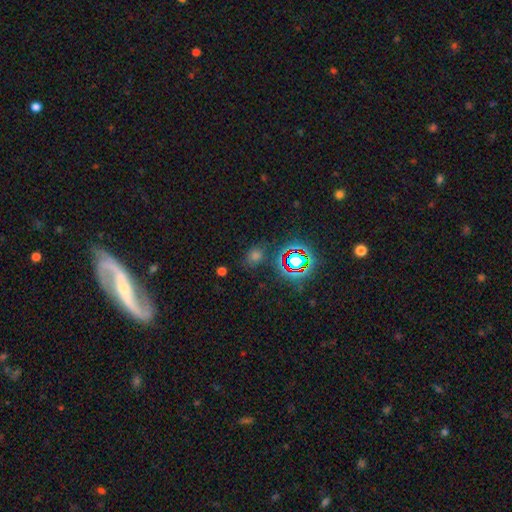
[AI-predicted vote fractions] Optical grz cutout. It shows a star or artifact, not a galaxy (47%).